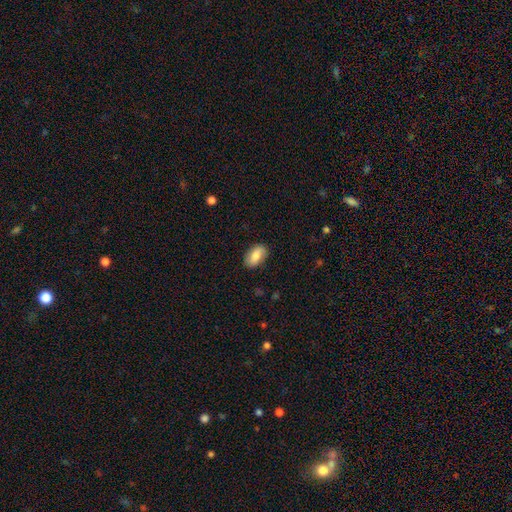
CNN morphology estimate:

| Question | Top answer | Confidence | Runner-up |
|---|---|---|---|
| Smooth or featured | smooth | 77% | featured or disk (16%) |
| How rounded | in between | 92% | round (5%) |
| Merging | none | 85% | minor disturbance (11%) |